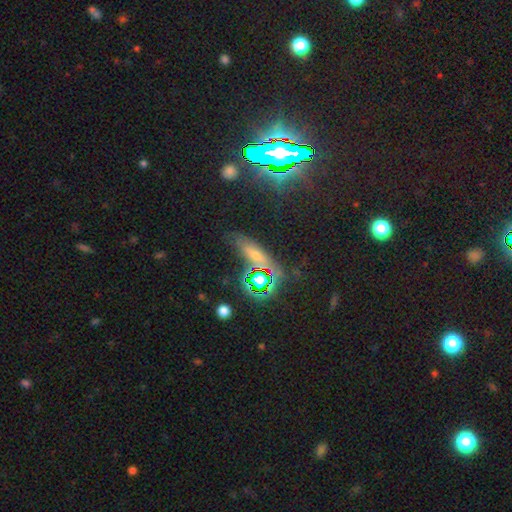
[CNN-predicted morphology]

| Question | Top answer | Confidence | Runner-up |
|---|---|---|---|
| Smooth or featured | star or artifact | 58% | smooth (24%) |